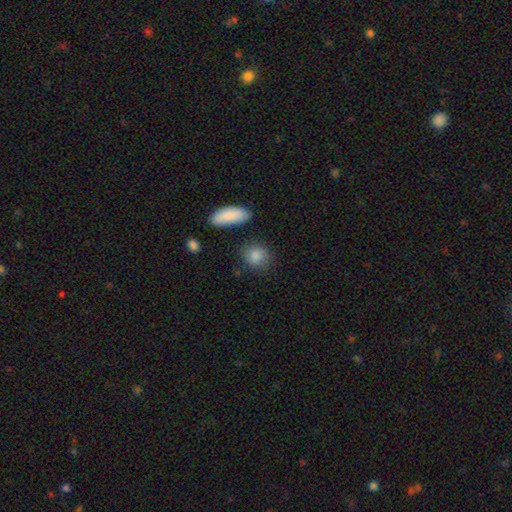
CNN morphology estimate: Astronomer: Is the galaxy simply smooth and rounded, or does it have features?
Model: smooth — 87%.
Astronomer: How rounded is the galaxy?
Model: round — 71%.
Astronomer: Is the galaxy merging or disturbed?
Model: none — 77%.